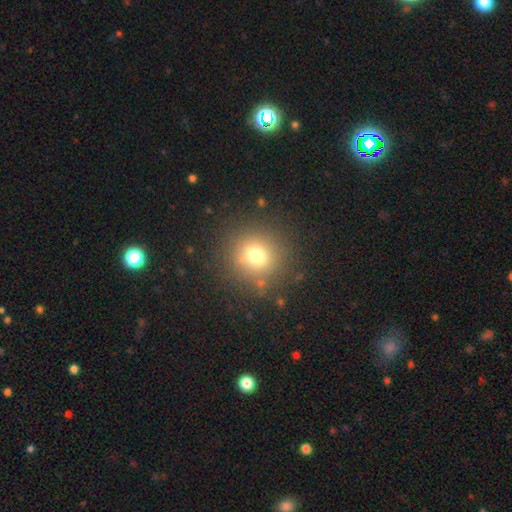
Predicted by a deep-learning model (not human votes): A smooth galaxy with no disk features (73%) that is round (91%).

Vote fractions:
- Smooth or featured? smooth: 73% / star or artifact: 17% / featured or disk: 11%
- How rounded? round: 91% / in between: 8% / cigar-shaped: 1%
- Merging? none: 83% / minor disturbance: 9% / major disturbance: 5% / merger: 3%